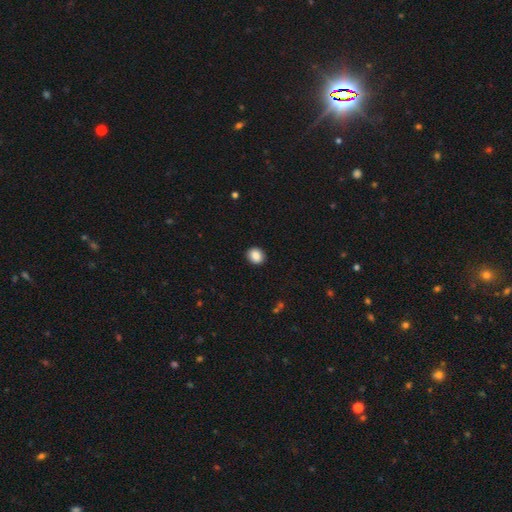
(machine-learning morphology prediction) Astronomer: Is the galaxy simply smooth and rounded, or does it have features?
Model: smooth — 88%.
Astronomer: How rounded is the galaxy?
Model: round — 67%.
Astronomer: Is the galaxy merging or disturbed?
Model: none — 91%.